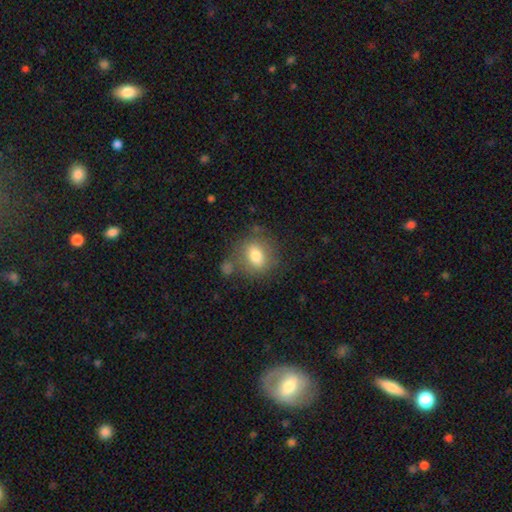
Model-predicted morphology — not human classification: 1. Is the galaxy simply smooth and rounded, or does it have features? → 74% smooth, 17% featured or disk, 9% star or artifact.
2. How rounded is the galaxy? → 50% in between, 48% round, 2% cigar-shaped.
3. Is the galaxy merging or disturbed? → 69% none, 16% minor disturbance, 8% merger, 7% major disturbance.